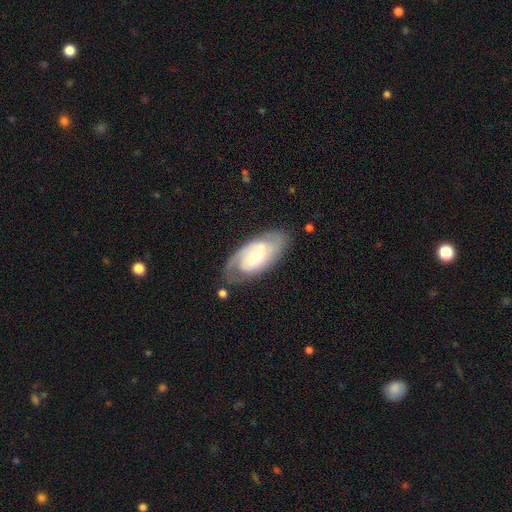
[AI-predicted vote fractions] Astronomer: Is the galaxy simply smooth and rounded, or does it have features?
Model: featured or disk — 75%.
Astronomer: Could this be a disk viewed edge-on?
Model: no — 93%.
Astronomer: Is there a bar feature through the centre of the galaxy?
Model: weak — 43% (runner-up: no, 40%).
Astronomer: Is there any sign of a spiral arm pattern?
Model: yes — 91%.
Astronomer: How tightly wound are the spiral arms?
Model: tight — 49% (runner-up: medium, 39%).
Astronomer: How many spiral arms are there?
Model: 2 — 69%.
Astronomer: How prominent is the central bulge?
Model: moderate — 52% (runner-up: small, 39%).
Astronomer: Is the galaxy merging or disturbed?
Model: none — 75%.